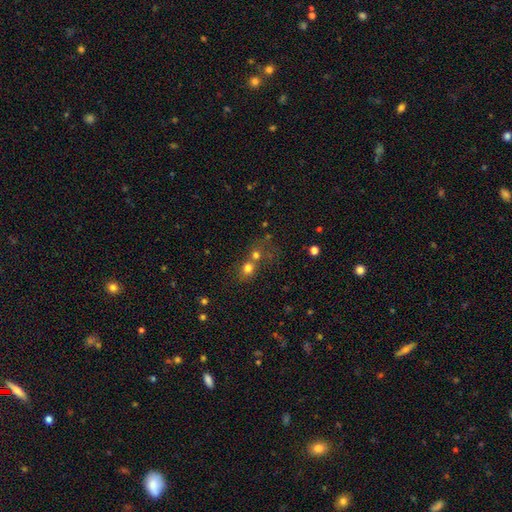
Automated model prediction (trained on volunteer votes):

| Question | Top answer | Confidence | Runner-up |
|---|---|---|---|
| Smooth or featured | smooth | 58% | star or artifact (28%) |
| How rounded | round | 78% | in between (21%) |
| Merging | merger | 52% | none (36%) |